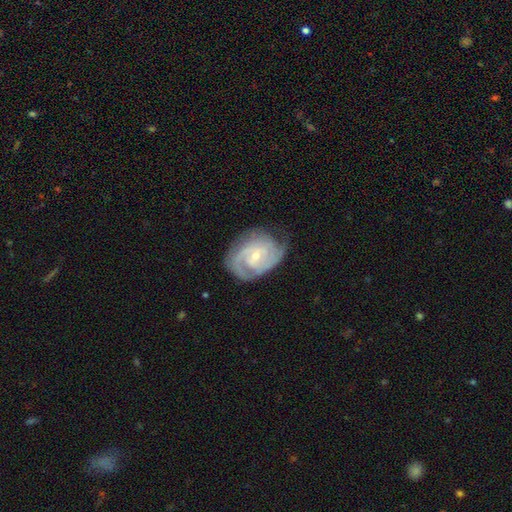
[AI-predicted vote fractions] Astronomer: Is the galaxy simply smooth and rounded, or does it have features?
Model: featured or disk — 83%.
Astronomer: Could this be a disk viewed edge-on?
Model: no — 97%.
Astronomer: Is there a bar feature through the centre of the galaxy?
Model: no — 47% (runner-up: weak, 42%).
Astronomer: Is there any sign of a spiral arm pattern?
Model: yes — 94%.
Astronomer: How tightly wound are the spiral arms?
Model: tight — 59%.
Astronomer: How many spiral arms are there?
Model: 2 — 43% (runner-up: can't tell, 25%).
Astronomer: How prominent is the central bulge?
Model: small — 66%.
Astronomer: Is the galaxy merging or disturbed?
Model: none — 64%.